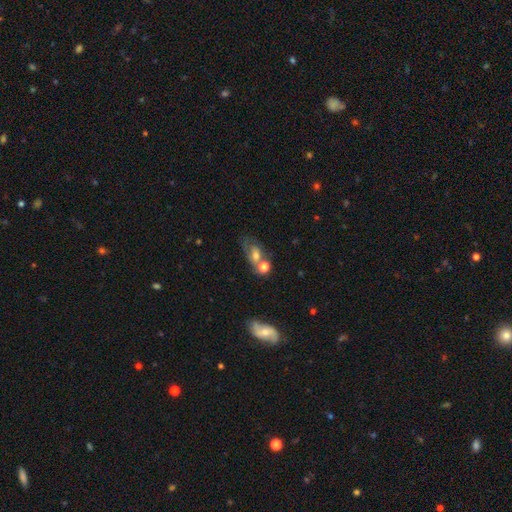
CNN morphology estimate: Overall: smooth (51%; featured or disk 36%). How rounded: in between (70%). Merging: merger (38%; none 33%).